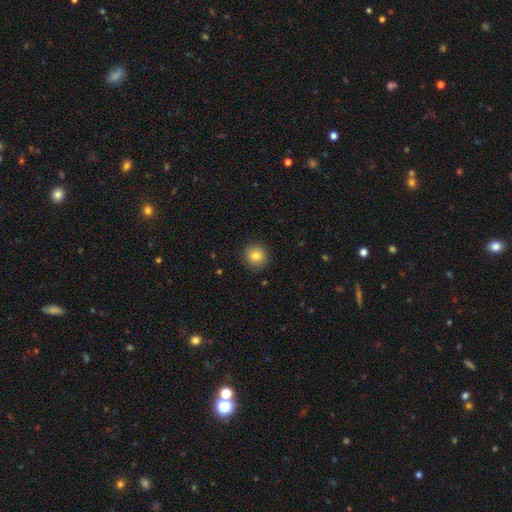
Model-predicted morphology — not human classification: The model was most divided on "smooth or featured": smooth: 83%, star or artifact: 10%, featured or disk: 7%. More confident: how rounded — round (93%); merging — none (90%).